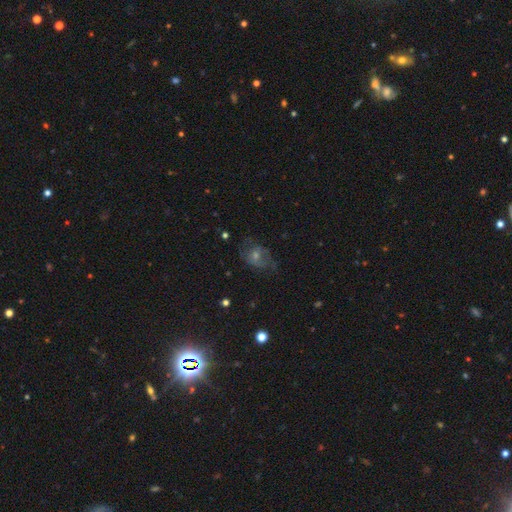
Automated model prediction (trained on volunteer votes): smooth_or_featured: featured or disk (p=0.42) [alt: smooth p=0.30]
merging: none (p=0.57) [alt: minor disturbance p=0.22]